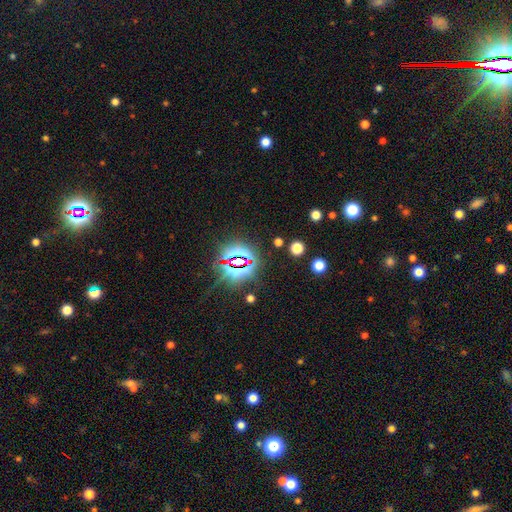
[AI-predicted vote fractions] Smooth or featured? star or artifact (83%)